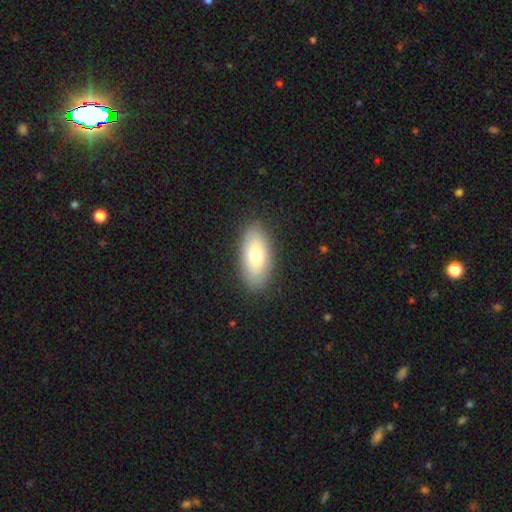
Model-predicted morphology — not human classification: Q: Smooth or featured?
A: smooth (68%); runner-up: featured or disk (25%)
Q: How rounded?
A: in between (91%); runner-up: cigar-shaped (5%)
Q: Merging?
A: none (86%); runner-up: minor disturbance (10%)